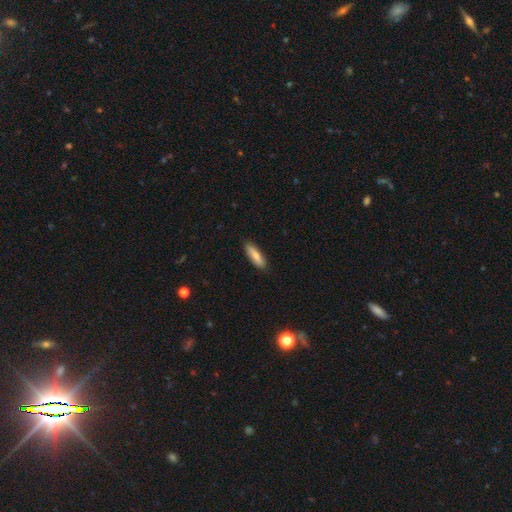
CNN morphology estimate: This is likely a smooth galaxy (76%). How rounded: possibly cigar-shaped (54%). Merging: clearly none (87%).